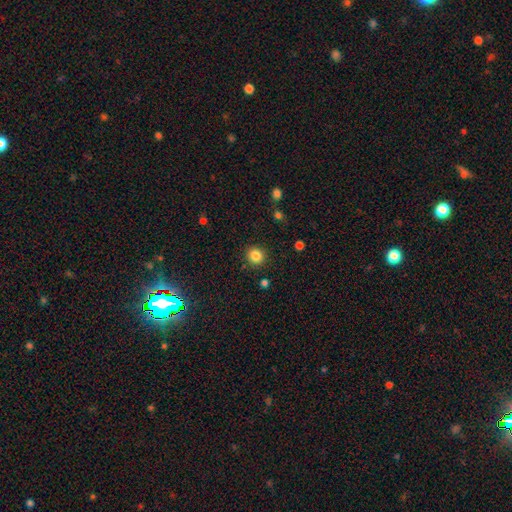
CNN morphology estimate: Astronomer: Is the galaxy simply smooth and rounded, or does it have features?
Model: smooth — 84%.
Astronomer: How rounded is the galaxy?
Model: round — 90%.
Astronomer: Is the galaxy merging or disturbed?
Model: none — 91%.